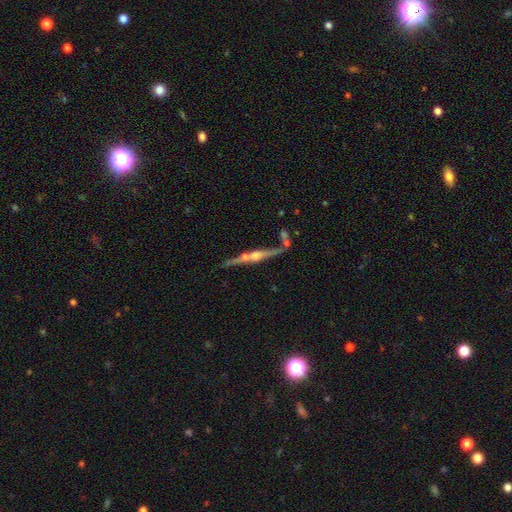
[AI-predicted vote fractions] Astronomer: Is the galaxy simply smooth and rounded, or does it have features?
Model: featured or disk — 76%.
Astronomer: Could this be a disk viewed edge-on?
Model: yes — 93%.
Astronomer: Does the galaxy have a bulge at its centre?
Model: rounded — 86%.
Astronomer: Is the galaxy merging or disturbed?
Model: none — 60%.